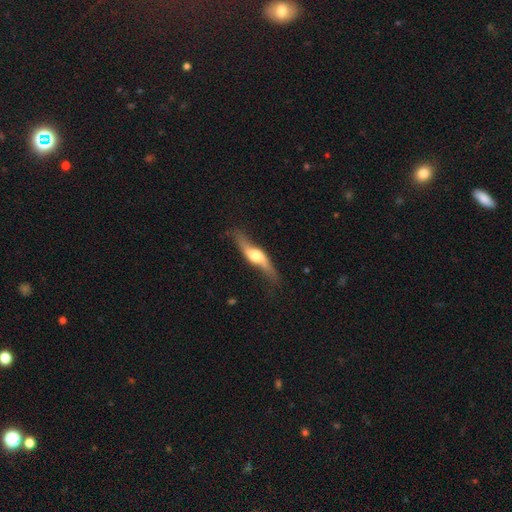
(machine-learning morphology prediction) featured or disk 71%, smooth 24%, star or artifact 5%. Down the decision tree: edge-on disk — yes (63%); merging — none (69%).